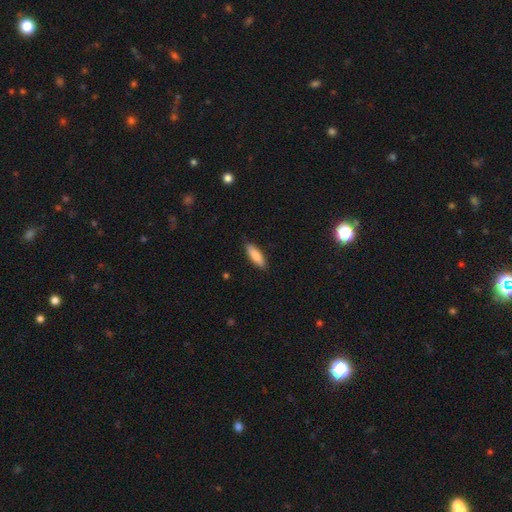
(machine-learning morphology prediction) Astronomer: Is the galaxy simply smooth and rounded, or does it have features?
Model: smooth — 84%.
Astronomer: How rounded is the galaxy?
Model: in between — 50% (runner-up: cigar-shaped, 48%).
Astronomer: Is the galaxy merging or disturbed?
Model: none — 88%.